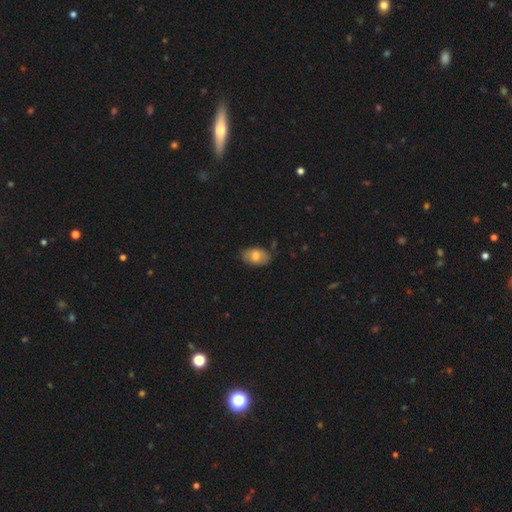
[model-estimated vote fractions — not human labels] Smooth or featured? smooth (74%)
How rounded? in between (90%)
Merging? none (76%)